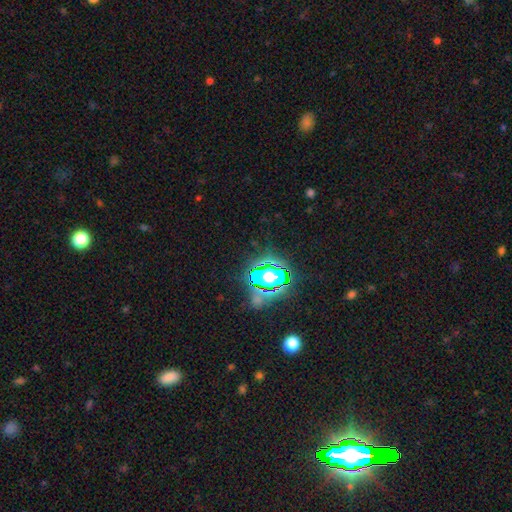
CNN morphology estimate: Overall: star or artifact (81%).